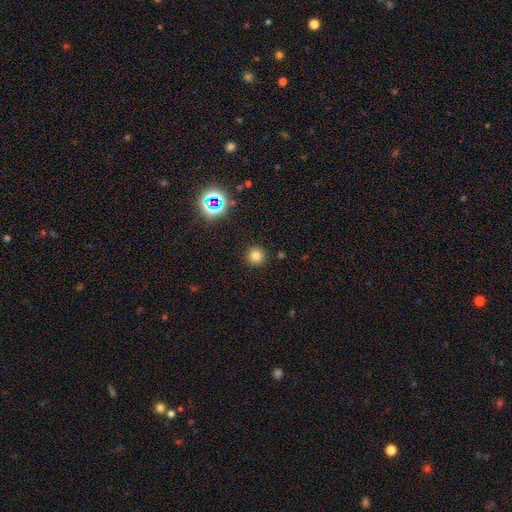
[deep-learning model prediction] A smooth galaxy with no disk features (77%) that is round (95%).

Vote fractions:
- Smooth or featured? smooth: 77% / star or artifact: 18% / featured or disk: 5%
- How rounded? round: 95% / in between: 4% / cigar-shaped: 1%
- Merging? none: 91% / minor disturbance: 5% / major disturbance: 2% / merger: 1%